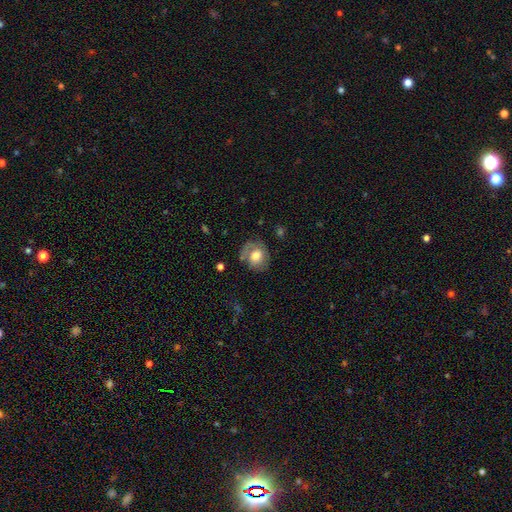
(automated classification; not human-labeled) Smooth or featured? Predicted: smooth (p=0.56). How rounded? Predicted: round (p=0.65). Merging? Predicted: none (p=0.67).